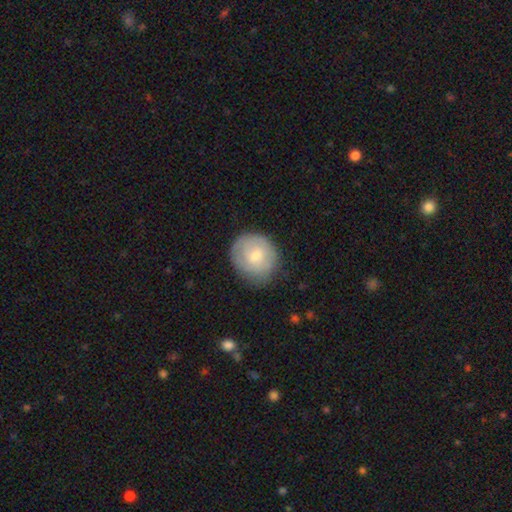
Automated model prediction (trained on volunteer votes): Smooth or featured? smooth (64%)
How rounded? round (78%)
Merging? none (70%)